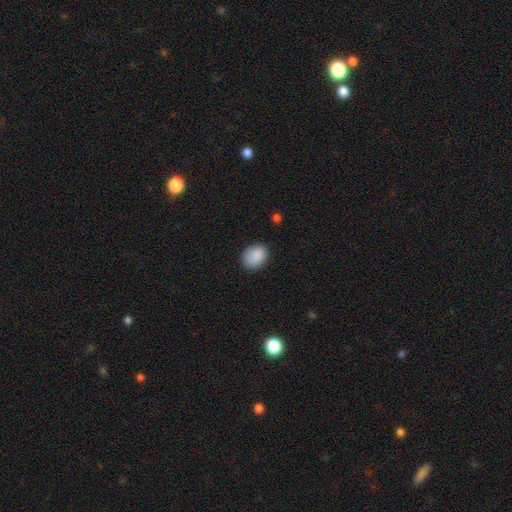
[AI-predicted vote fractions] This is clearly a smooth galaxy (89%). How rounded: likely in between (65%). Merging: clearly none (82%).